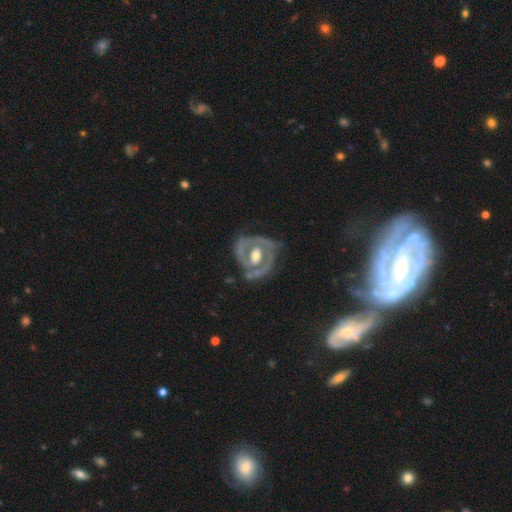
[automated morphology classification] A featured or disk galaxy (84%) with no bar (48%), 2 (55%) tight (60%) spiral arms (77%) and a moderate central bulge (70%).

Vote fractions:
- Smooth or featured? featured or disk: 84% / smooth: 12% / star or artifact: 4%
- Edge-on disk? no: 97% / yes: 3%
- Bar? no: 48% / weak: 36% / strong: 17%
- Spiral arms? yes: 77% / no: 23%
- Spiral winding? tight: 60% / medium: 31% / loose: 10%
- Spiral arm count? 2: 55% / 1: 18% / can't tell: 15% / 3: 7% / 4: 2% / more than 4: 2%
- Bulge size? moderate: 70% / large: 18% / small: 9% / none: 1% / dominant: 1%
- Merging? none: 61% / minor disturbance: 25% / major disturbance: 11% / merger: 3%